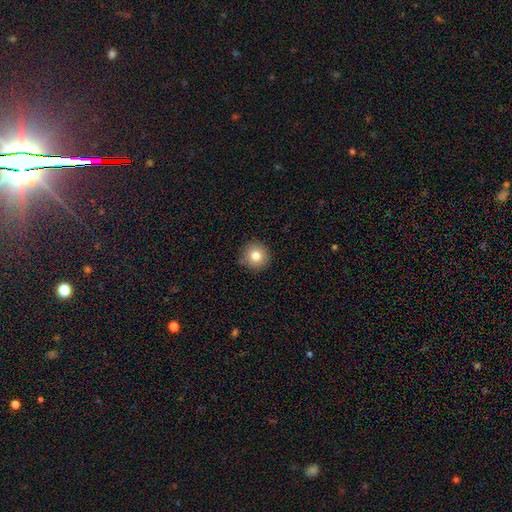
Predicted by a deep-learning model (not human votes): Smooth or featured?
  - smooth: 79% *
  - featured or disk: 11%
  - star or artifact: 10%
How rounded?
  - round: 94% *
  - in between: 5%
  - cigar-shaped: 1%
Merging?
  - none: 88% *
  - minor disturbance: 8%
  - major disturbance: 2%
  - merger: 2%